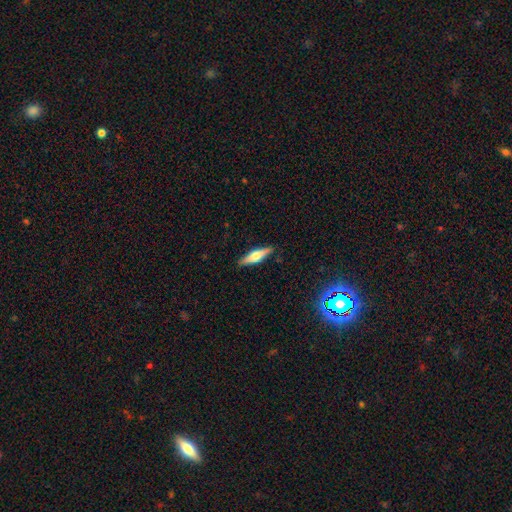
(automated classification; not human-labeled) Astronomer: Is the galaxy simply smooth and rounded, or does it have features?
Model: featured or disk — 50% (runner-up: smooth, 44%).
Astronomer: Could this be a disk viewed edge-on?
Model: yes — 94%.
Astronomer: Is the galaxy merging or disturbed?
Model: none — 88%.